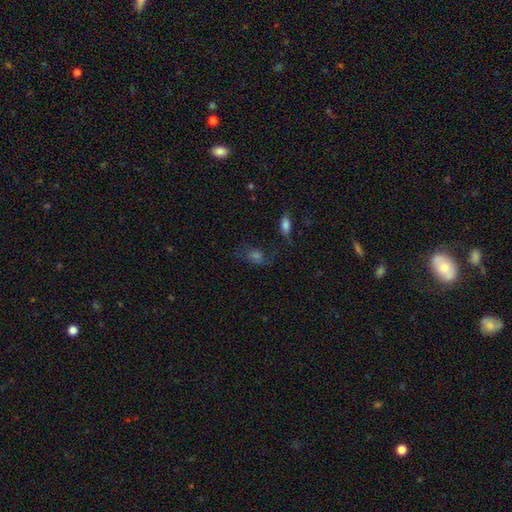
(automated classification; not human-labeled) Smooth or featured? Predicted: smooth (p=0.45). Merging? Predicted: none (p=0.57).